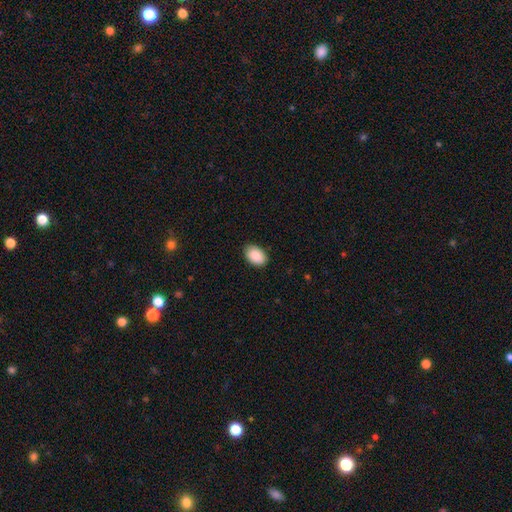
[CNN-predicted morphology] Overall: smooth (91%). How rounded: in between (90%). Merging: none (87%).